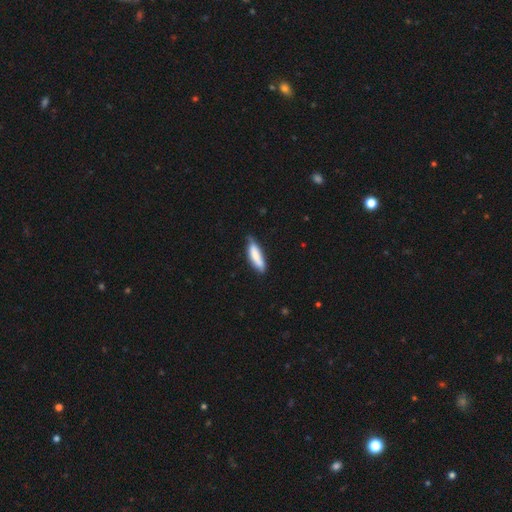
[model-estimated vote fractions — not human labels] Q: Smooth or featured?
A: smooth (80%); runner-up: featured or disk (14%)
Q: How rounded?
A: cigar-shaped (64%); runner-up: in between (35%)
Q: Merging?
A: none (62%); runner-up: minor disturbance (31%)